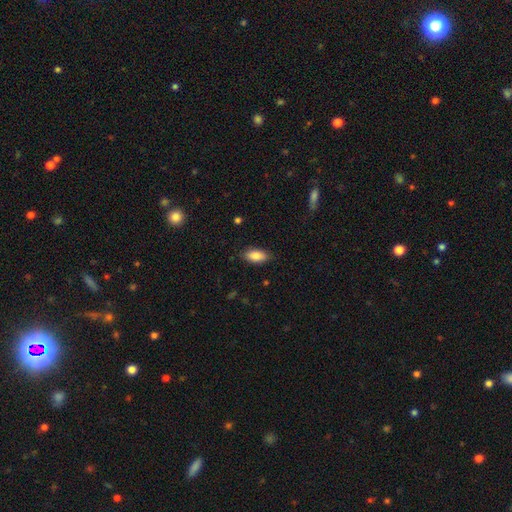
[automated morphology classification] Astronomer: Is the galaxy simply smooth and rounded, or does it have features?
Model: smooth — 86%.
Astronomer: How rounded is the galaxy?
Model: in between — 90%.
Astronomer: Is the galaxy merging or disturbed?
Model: none — 84%.